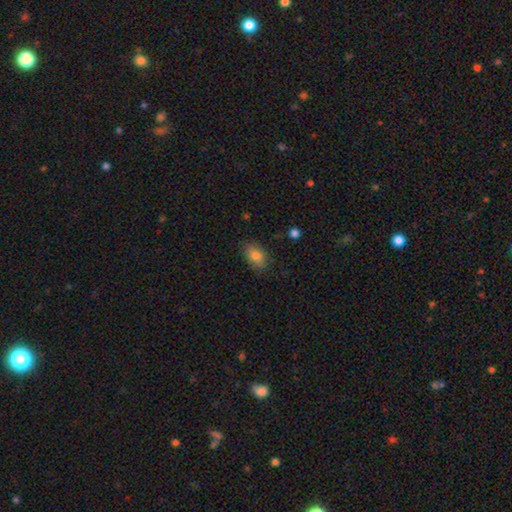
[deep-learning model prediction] The model was most divided on "merging": none: 80%, minor disturbance: 15%, major disturbance: 4%, merger: 1%. More confident: how rounded — in between (85%); smooth or featured — smooth (84%).